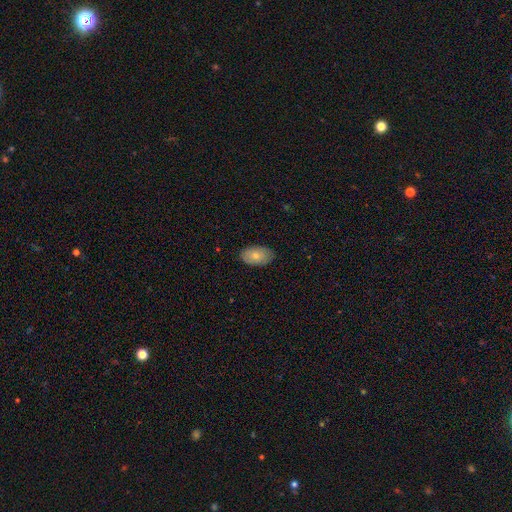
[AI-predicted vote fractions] This is likely a smooth galaxy (75%). How rounded: clearly in between (93%). Merging: clearly none (83%).